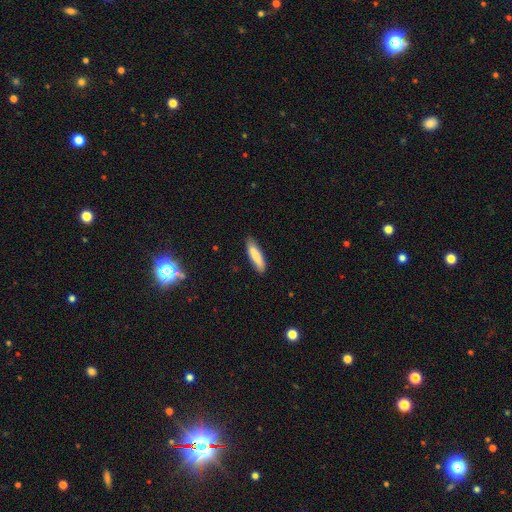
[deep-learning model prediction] A smooth galaxy with no disk features (80%) that is cigar-shaped (73%).

Vote fractions:
- Smooth or featured? smooth: 80% / featured or disk: 14% / star or artifact: 6%
- How rounded? cigar-shaped: 73% / in between: 25% / round: 1%
- Merging? none: 83% / minor disturbance: 14% / major disturbance: 2% / merger: 1%